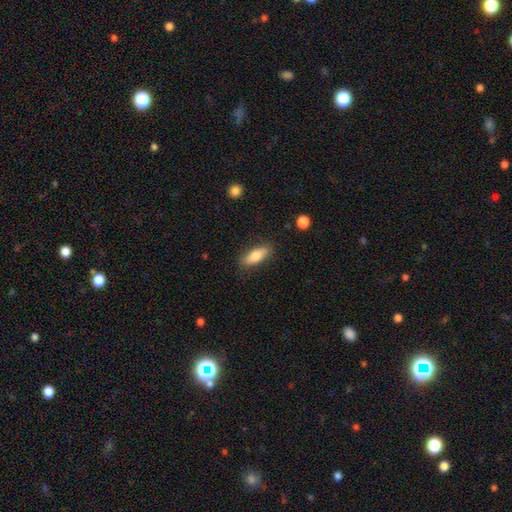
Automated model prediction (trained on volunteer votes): Smooth or featured? Predicted: smooth (p=0.77). How rounded? Predicted: in between (p=0.70). Merging? Predicted: none (p=0.83).